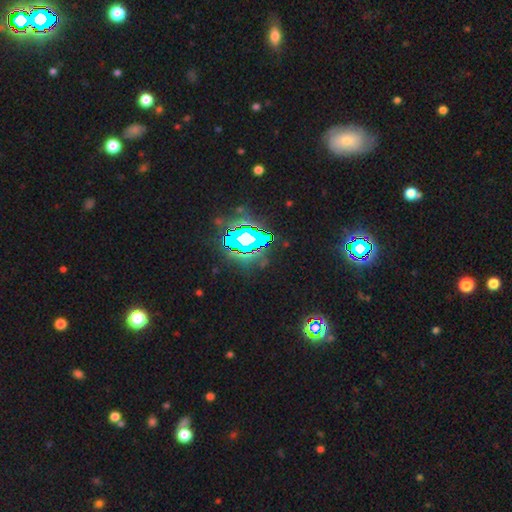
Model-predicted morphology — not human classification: This appears to be a star or artifact, not a galaxy (80%).